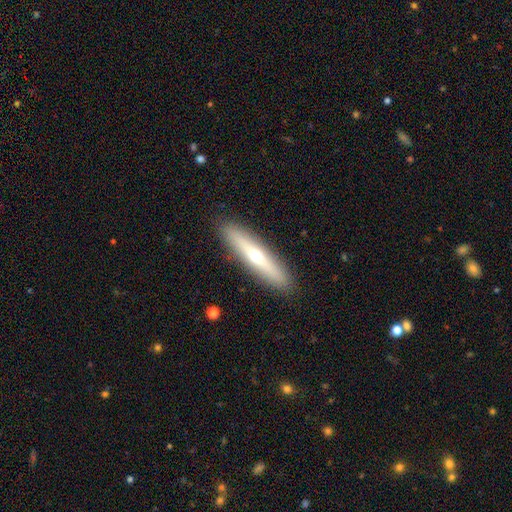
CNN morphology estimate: Smooth or featured: featured or disk — 54% (smooth — 40%)
Edge-on disk: yes — 88% (no — 12%)
Merging: none — 91% (minor disturbance — 6%)